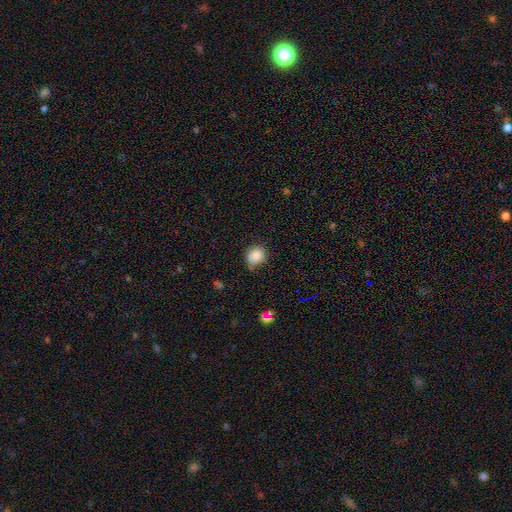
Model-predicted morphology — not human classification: Overall: smooth (84%). How rounded: round (82%). Merging: none (70%).